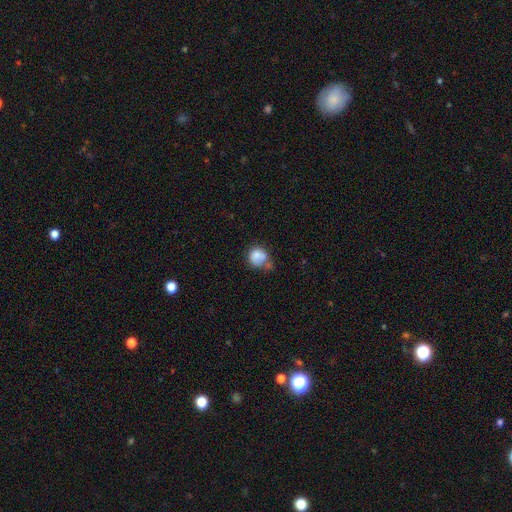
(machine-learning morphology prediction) Smooth or featured? Predicted: smooth (p=0.76). How rounded? Predicted: round (p=0.73). Merging? Predicted: none (p=0.38).